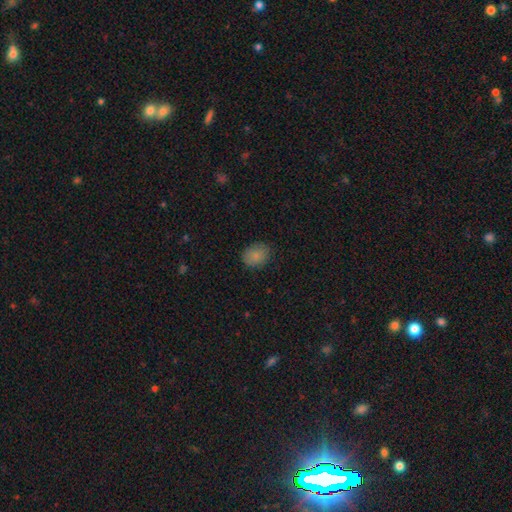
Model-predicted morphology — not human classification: Smooth or featured? smooth (85%)
How rounded? in between (53%)
Merging? none (82%)